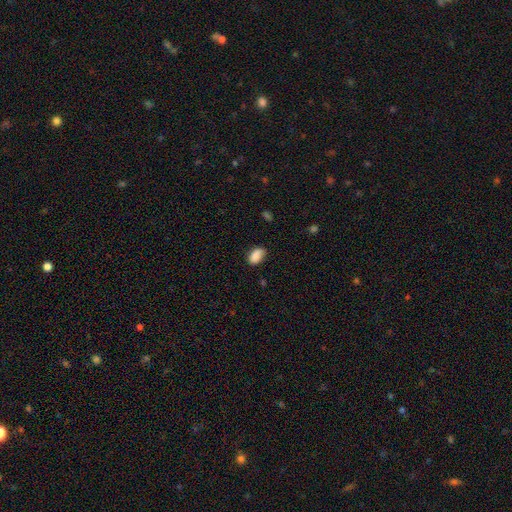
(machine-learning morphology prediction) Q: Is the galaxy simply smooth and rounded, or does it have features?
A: smooth — 87%.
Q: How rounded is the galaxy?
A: in between — 90%.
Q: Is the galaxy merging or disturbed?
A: none — 73%.